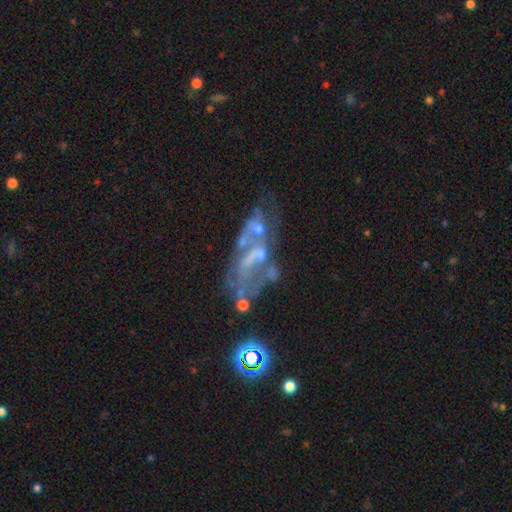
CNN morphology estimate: Q: Smooth or featured?
A: featured or disk (67%); runner-up: star or artifact (18%)
Q: Edge-on disk?
A: no (93%); runner-up: yes (7%)
Q: Bar?
A: no (58%); runner-up: weak (26%)
Q: Spiral arms?
A: no (66%); runner-up: yes (34%)
Q: Bulge size?
A: none (53%); runner-up: small (29%)
Q: Merging?
A: none (33%); runner-up: major disturbance (28%)